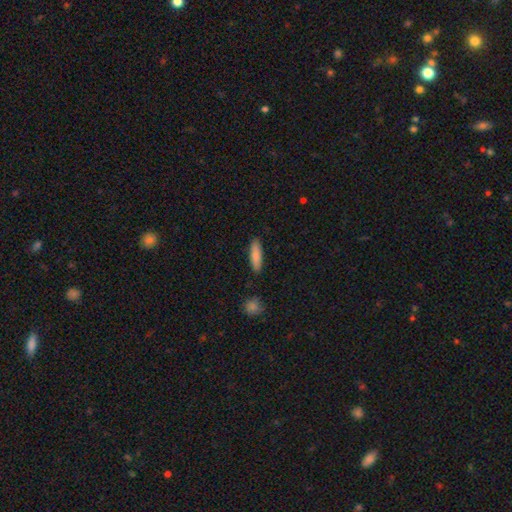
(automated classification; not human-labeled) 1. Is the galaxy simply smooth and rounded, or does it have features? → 82% smooth, 12% featured or disk, 6% star or artifact.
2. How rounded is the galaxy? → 64% cigar-shaped, 34% in between, 2% round.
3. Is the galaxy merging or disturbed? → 89% none, 8% minor disturbance, 2% major disturbance, 2% merger.